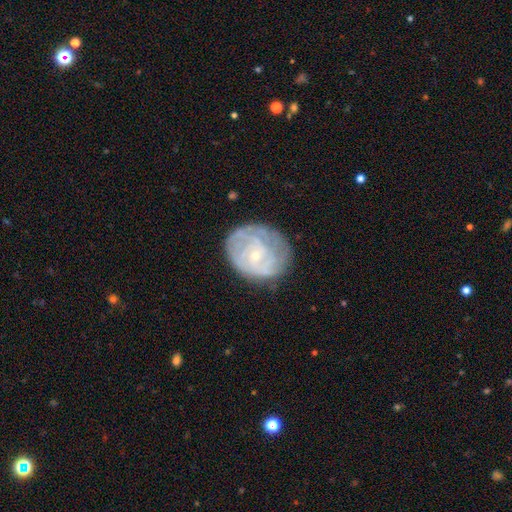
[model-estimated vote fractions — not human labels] A featured or disk galaxy (73%) with no bar (73%), tight (68%) spiral arms (82%) and a small central bulge (79%). Merging: none (68%).